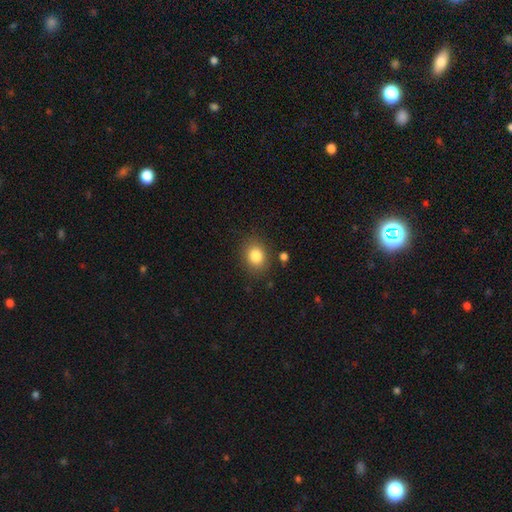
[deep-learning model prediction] This appears to be a smooth galaxy with no disk features (84%) that is round (58%). Merging: none (83%).